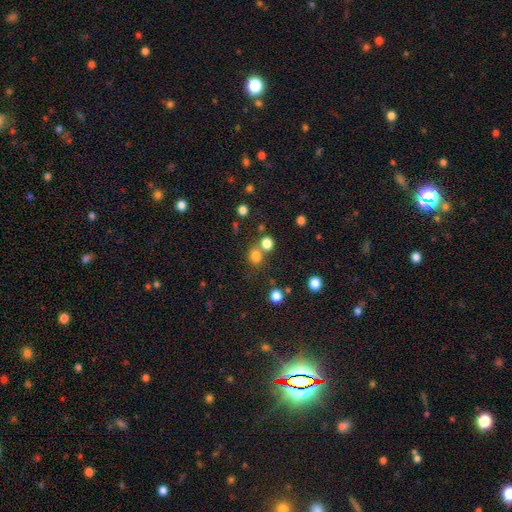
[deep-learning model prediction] A smooth galaxy with no disk features (77%) that is round (73%).

Vote fractions:
- Smooth or featured? smooth: 77% / star or artifact: 16% / featured or disk: 6%
- How rounded? round: 73% / in between: 26% / cigar-shaped: 1%
- Merging? none: 59% / merger: 28% / minor disturbance: 9% / major disturbance: 4%